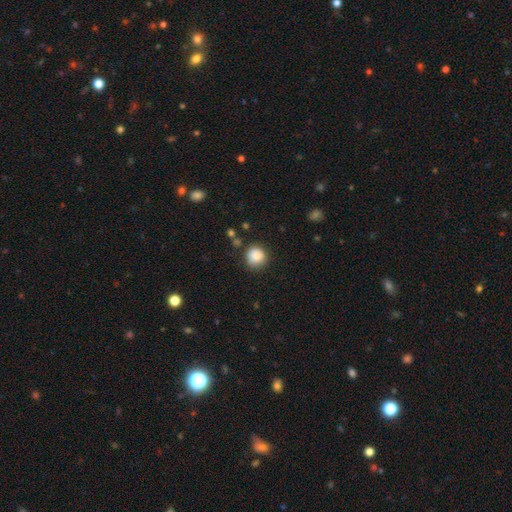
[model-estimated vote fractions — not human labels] smooth-or-featured: smooth: 87% | star or artifact: 9% | featured or disk: 4%
  how-rounded: round: 90% | in between: 9% | cigar-shaped: 1%
  merging: none: 79% | minor disturbance: 14% | major disturbance: 4% | merger: 3%